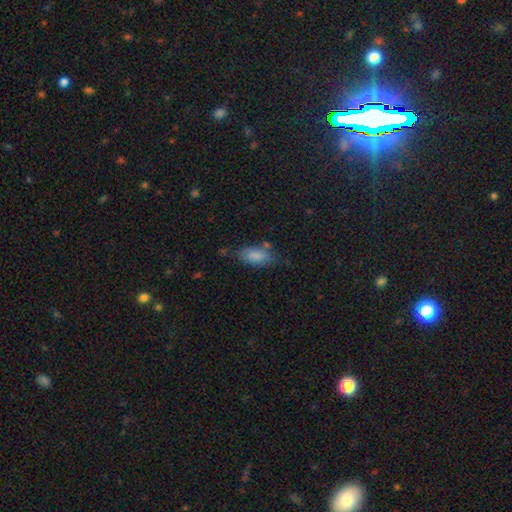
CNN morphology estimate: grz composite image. It shows a smooth galaxy with no disk features (83%) that is in between round and cigar-shaped (89%). Merging: none (59%).